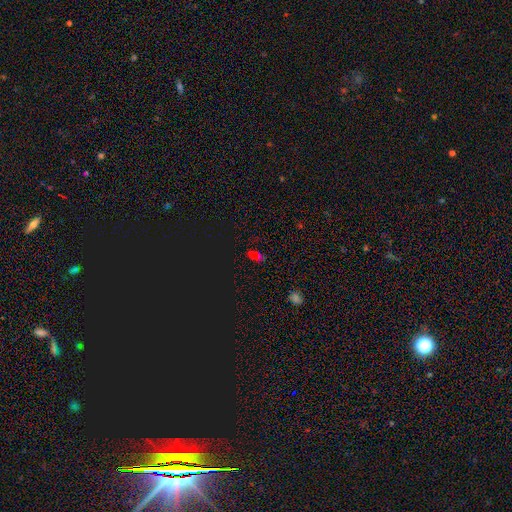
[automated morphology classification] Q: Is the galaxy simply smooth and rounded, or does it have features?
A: star or artifact — 53%.